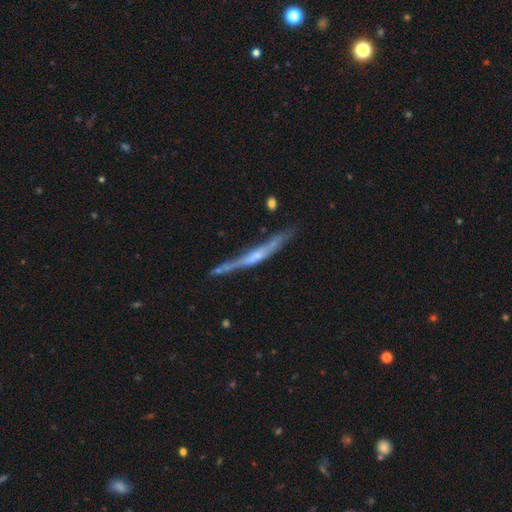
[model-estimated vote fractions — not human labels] Smooth or featured? Predicted: featured or disk (p=0.64). Edge-on disk? Predicted: yes (p=0.92). Edge-on bulge? Predicted: none (p=0.47). Merging? Predicted: none (p=0.64).